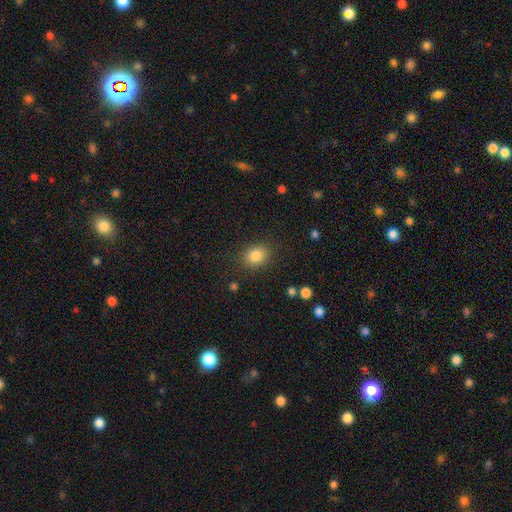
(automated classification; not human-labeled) smooth_or_featured: smooth (p=0.84) [alt: star or artifact p=0.10]
how_rounded: round (p=0.51) [alt: in between p=0.48]
merging: none (p=0.86) [alt: minor disturbance p=0.09]